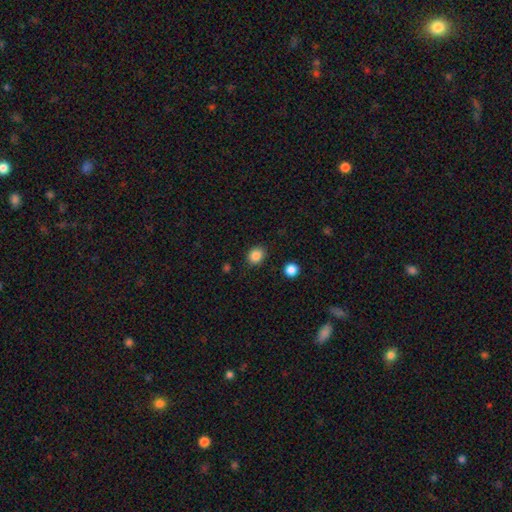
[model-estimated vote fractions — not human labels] Overall: smooth (86%). How rounded: round (59%; in between 40%). Merging: none (87%).